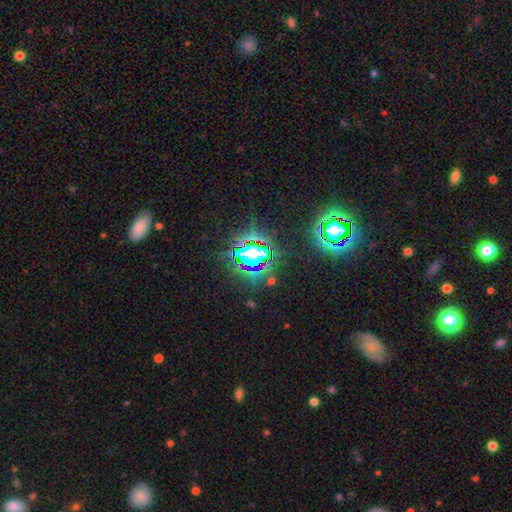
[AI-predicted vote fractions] smooth_or_featured: star or artifact (p=0.77) [alt: smooth p=0.13]